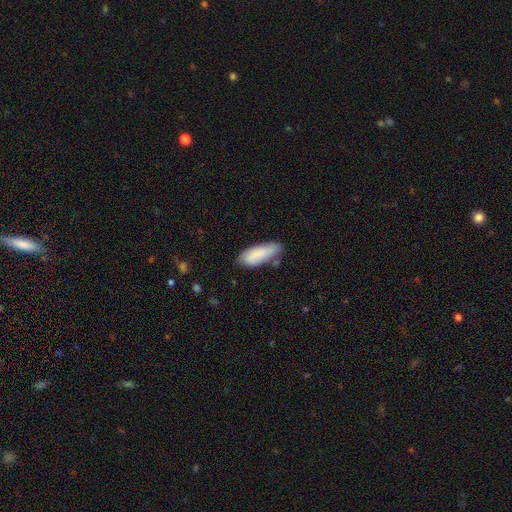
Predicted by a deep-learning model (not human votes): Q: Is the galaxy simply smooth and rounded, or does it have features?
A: smooth — 84%.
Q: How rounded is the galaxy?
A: in between — 71%.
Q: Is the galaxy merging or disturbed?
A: none — 61%.